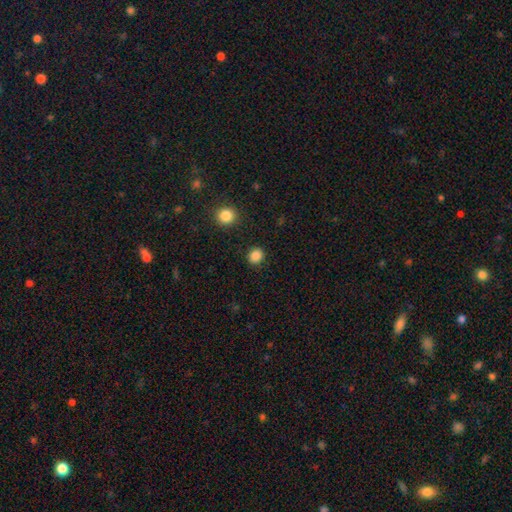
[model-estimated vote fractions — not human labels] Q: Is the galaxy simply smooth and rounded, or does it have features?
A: smooth — 86%.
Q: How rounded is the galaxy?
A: round — 84%.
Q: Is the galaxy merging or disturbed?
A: none — 91%.